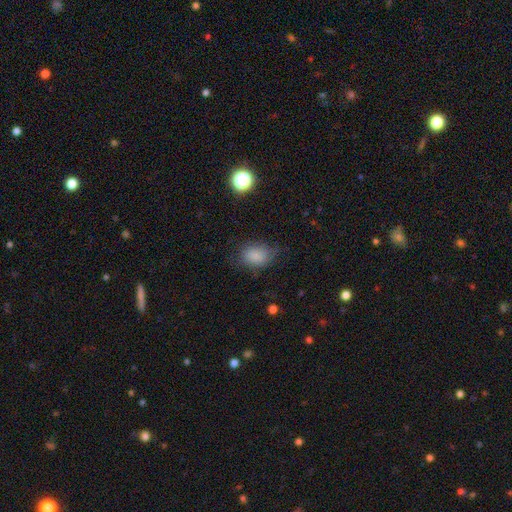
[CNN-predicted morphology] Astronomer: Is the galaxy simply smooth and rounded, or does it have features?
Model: smooth — 83%.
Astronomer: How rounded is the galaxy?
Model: in between — 72%.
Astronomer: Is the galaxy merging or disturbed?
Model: none — 64%.